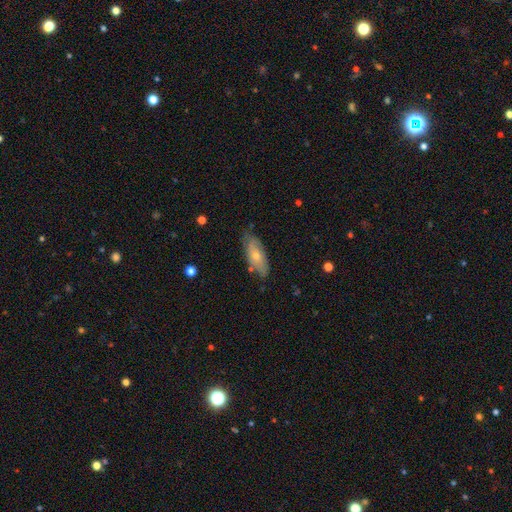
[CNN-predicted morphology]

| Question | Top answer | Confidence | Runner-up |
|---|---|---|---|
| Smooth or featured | featured or disk | 47% | smooth (46%) |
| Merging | none | 79% | minor disturbance (16%) |